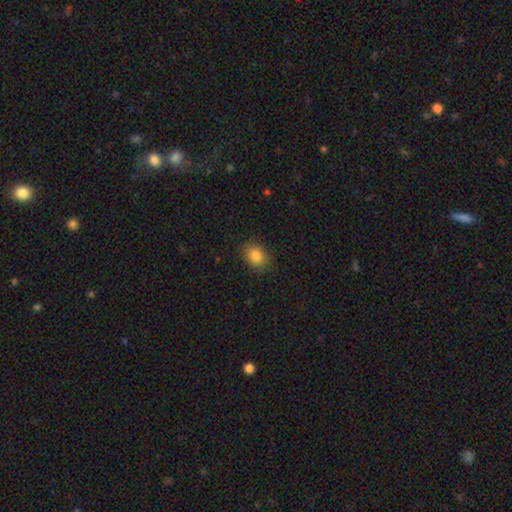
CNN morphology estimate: smooth_or_featured: smooth (p=0.85) [alt: star or artifact p=0.09]
how_rounded: in between (p=0.60) [alt: round p=0.39]
merging: none (p=0.84) [alt: minor disturbance p=0.12]